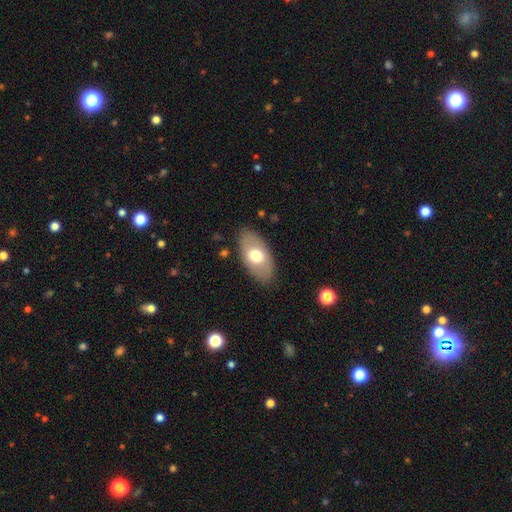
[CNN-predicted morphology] Overall: smooth (64%; featured or disk 30%). How rounded: in between (93%). Merging: none (85%).